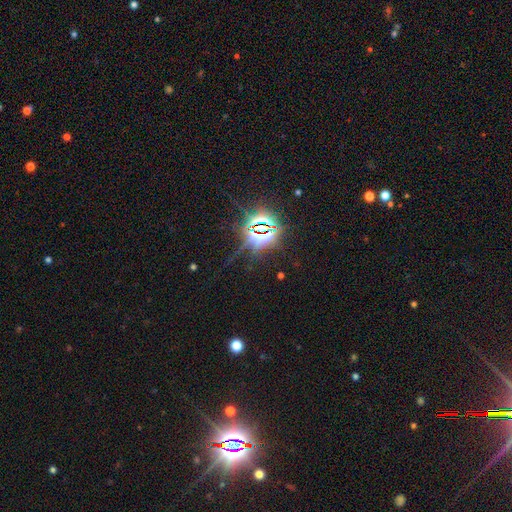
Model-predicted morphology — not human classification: Q: Smooth or featured?
A: star or artifact (85%); runner-up: smooth (8%)